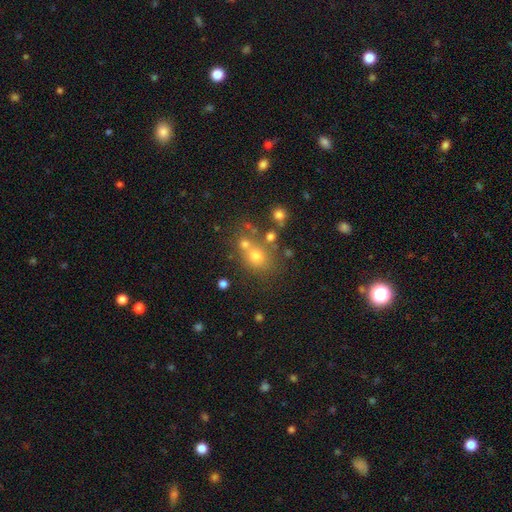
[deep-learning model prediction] A smooth galaxy with no disk features (63%) that is round (66%). Merging: none (51%).